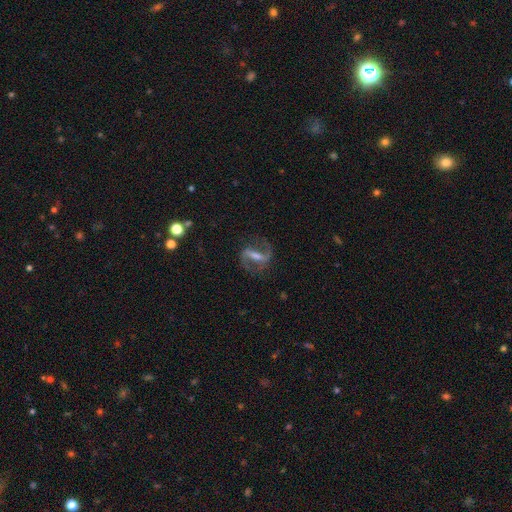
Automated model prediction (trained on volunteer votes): Smooth or featured: featured or disk — 85% (smooth — 9%)
Edge-on disk: no — 93% (yes — 7%)
Bar: strong — 67% (weak — 25%)
Spiral arms: yes — 93% (no — 7%)
Spiral winding: medium — 48% (loose — 39%)
Spiral arm count: 2 — 91% (can't tell — 3%)
Bulge size: moderate — 41% (small — 35%)
Merging: none — 76% (minor disturbance — 13%)